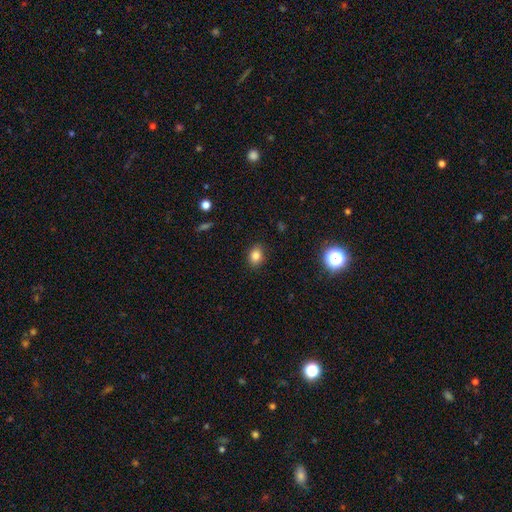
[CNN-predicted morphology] smooth_or_featured: smooth (p=0.82) [alt: star or artifact p=0.12]
how_rounded: in between (p=0.56) [alt: round p=0.43]
merging: none (p=0.88) [alt: minor disturbance p=0.09]